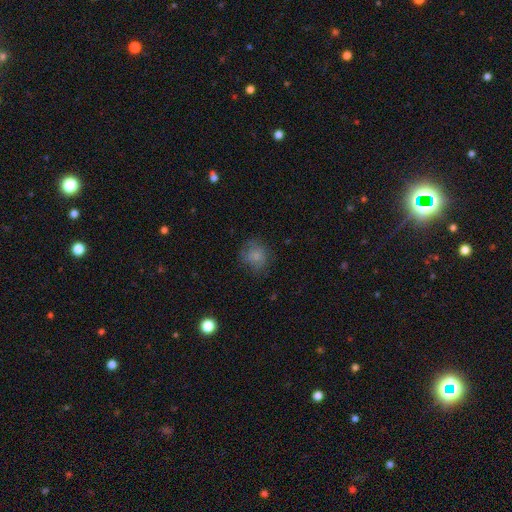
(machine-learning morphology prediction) A smooth galaxy with no disk features (71%) that is round (81%).

Vote fractions:
- Smooth or featured? smooth: 71% / featured or disk: 18% / star or artifact: 11%
- How rounded? round: 81% / in between: 18% / cigar-shaped: 1%
- Merging? none: 69% / minor disturbance: 20% / major disturbance: 11% / merger: 1%